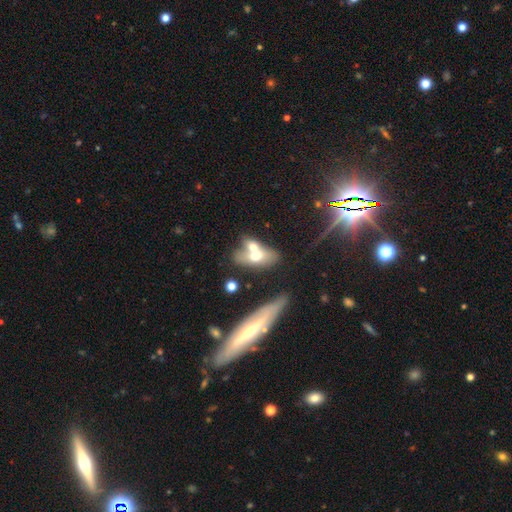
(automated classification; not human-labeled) Overall: smooth (56%; featured or disk 36%). How rounded: in between (76%). Merging: merger (59%; none 25%).